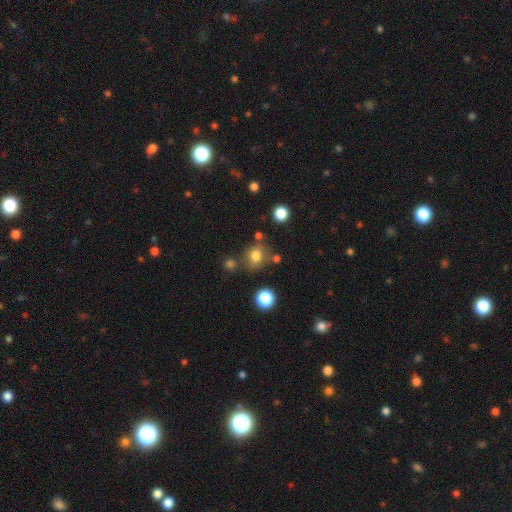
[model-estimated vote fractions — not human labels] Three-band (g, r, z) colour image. It shows a smooth galaxy with no disk features (77%) that is round (76%). Merging: none (71%).